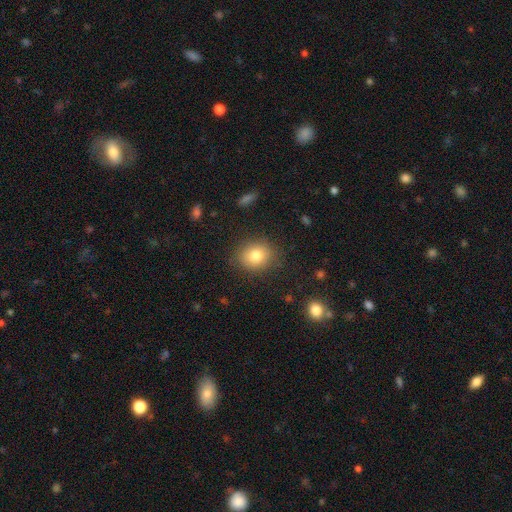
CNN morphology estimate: Smooth or featured?
  - smooth: 79% *
  - star or artifact: 11%
  - featured or disk: 10%
How rounded?
  - round: 64% *
  - in between: 35%
  - cigar-shaped: 1%
Merging?
  - none: 85% *
  - minor disturbance: 10%
  - major disturbance: 3%
  - merger: 1%